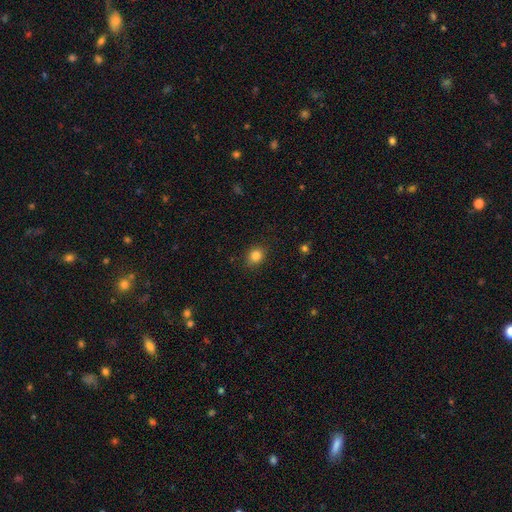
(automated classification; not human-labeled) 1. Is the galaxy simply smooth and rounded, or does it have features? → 84% smooth, 11% star or artifact, 5% featured or disk.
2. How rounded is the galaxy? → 65% round, 34% in between, 1% cigar-shaped.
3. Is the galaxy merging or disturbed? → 87% none, 9% minor disturbance, 2% major disturbance, 1% merger.